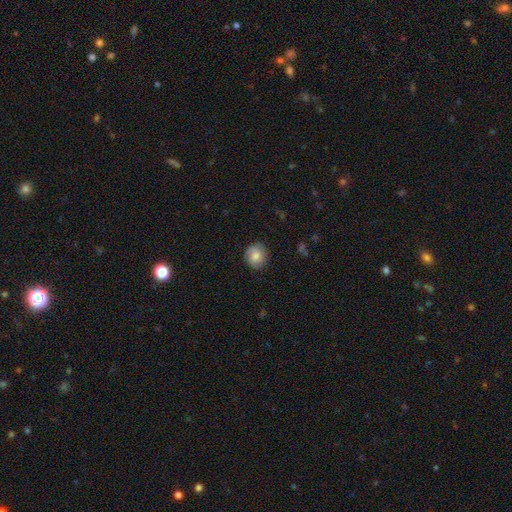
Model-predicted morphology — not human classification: Q: Smooth or featured?
A: smooth (78%); runner-up: featured or disk (15%)
Q: How rounded?
A: round (83%); runner-up: in between (16%)
Q: Merging?
A: none (84%); runner-up: minor disturbance (13%)